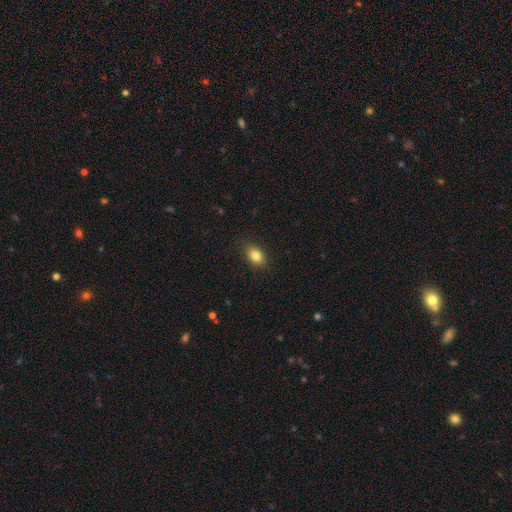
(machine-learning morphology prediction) Smooth or featured? Predicted: smooth (p=0.84). How rounded? Predicted: in between (p=0.78). Merging? Predicted: none (p=0.86).